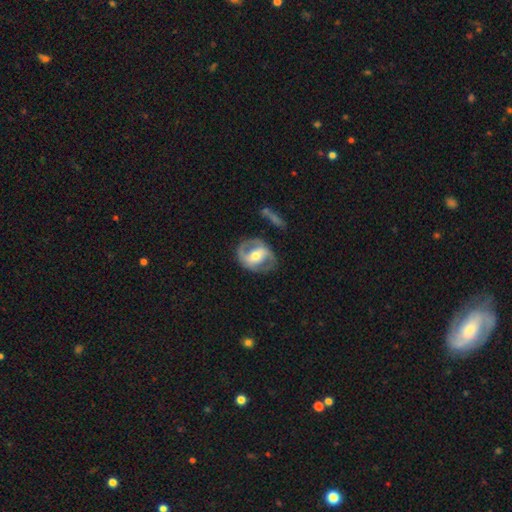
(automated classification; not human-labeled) smooth_or_featured: featured or disk (p=0.72) [alt: smooth p=0.23]
disk_edge_on: no (p=0.94) [alt: yes p=0.06]
bar: strong (p=0.42) [alt: weak p=0.34]
has_spiral_arms: yes (p=0.66) [alt: no p=0.34]
bulge_size: moderate (p=0.72) [alt: small p=0.18]
merging: none (p=0.73) [alt: minor disturbance p=0.17]